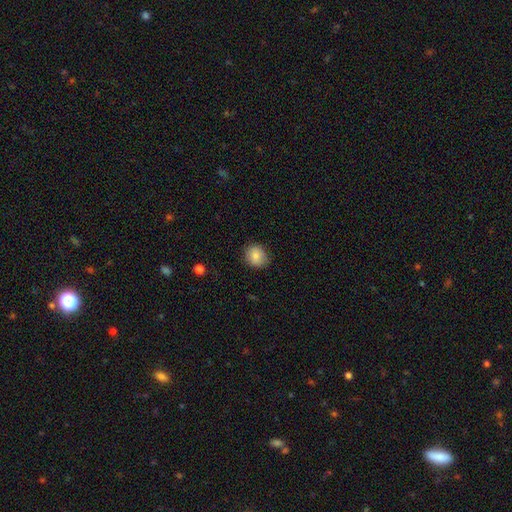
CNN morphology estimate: Smooth or featured: smooth — 85% (star or artifact — 9%)
How rounded: round — 71% (in between — 29%)
Merging: none — 83% (minor disturbance — 13%)